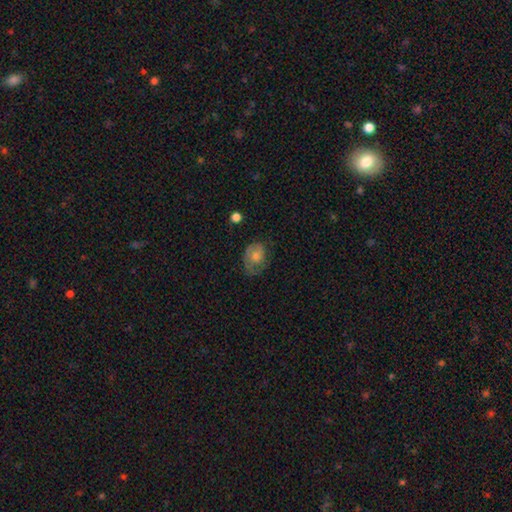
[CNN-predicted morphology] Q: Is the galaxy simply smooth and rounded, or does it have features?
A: featured or disk — 50%.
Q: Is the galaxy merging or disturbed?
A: none — 62%.